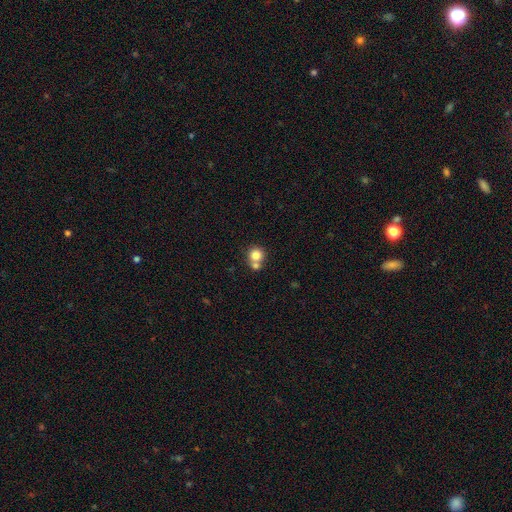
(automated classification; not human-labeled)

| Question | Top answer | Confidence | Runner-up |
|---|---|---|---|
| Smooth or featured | smooth | 81% | star or artifact (10%) |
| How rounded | round | 89% | in between (10%) |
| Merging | none | 48% | merger (42%) |